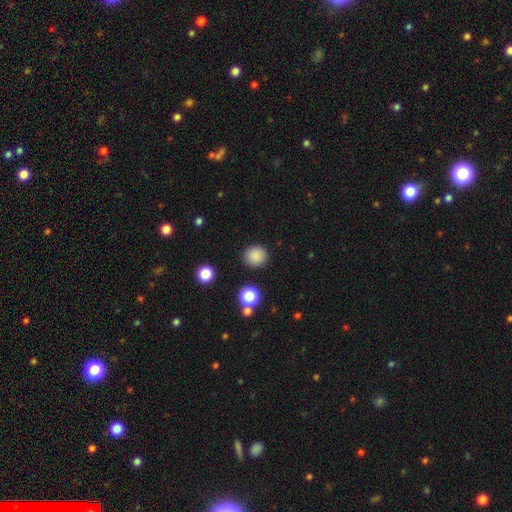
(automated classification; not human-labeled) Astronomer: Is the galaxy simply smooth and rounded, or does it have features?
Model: smooth — 86%.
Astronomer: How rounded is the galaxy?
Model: round — 87%.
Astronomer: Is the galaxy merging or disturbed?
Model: none — 88%.